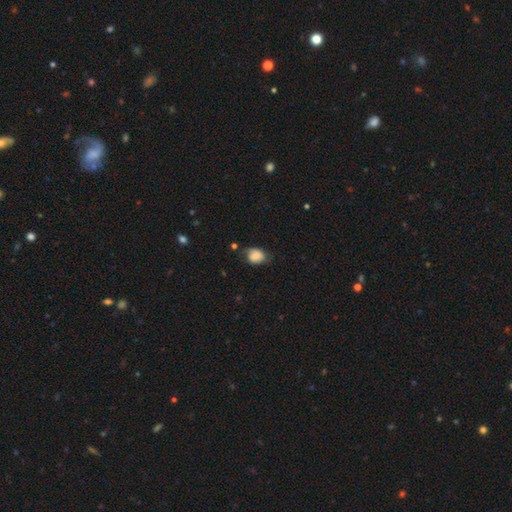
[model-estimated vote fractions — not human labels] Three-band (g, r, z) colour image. It shows a smooth galaxy with no disk features (79%) that is in between round and cigar-shaped (58%). Merging: none (56%).